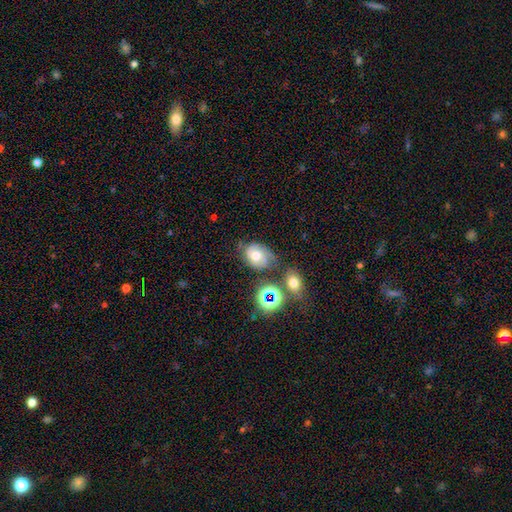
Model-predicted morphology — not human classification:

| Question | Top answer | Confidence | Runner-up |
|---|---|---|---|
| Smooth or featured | featured or disk | 45% | smooth (40%) |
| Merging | none | 46% | minor disturbance (28%) |